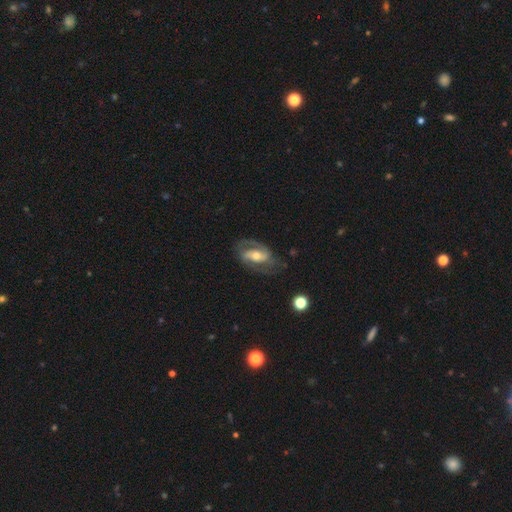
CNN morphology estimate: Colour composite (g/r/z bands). It shows a featured or disk galaxy (80%) with a weak bar (37%), 2 (82%) medium (49%) spiral arms (90%) and a moderate central bulge (62%). Merging: none (65%).